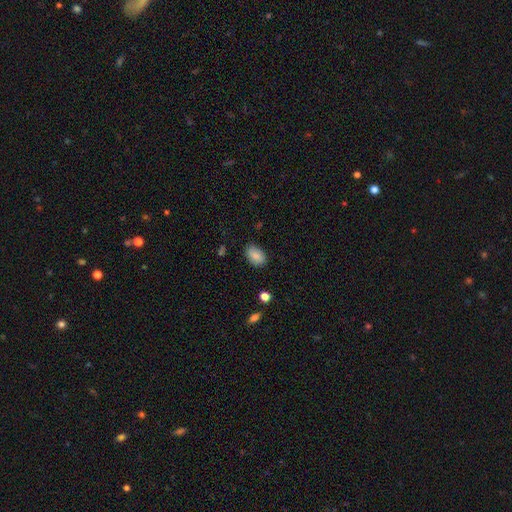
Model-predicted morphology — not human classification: smooth-or-featured: smooth: 87% | star or artifact: 8% | featured or disk: 5%
  how-rounded: in between: 89% | round: 9% | cigar-shaped: 1%
  merging: none: 83% | minor disturbance: 13% | major disturbance: 3% | merger: 1%